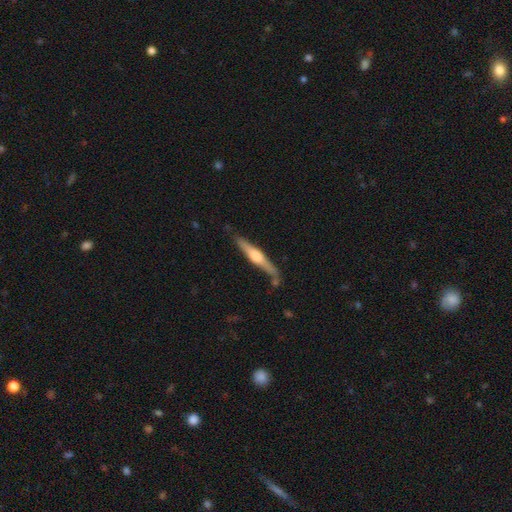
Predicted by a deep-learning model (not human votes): A featured or disk galaxy (64%) viewed edge-on (96%) with a rounded central bulge (88%). Merging: none (78%).